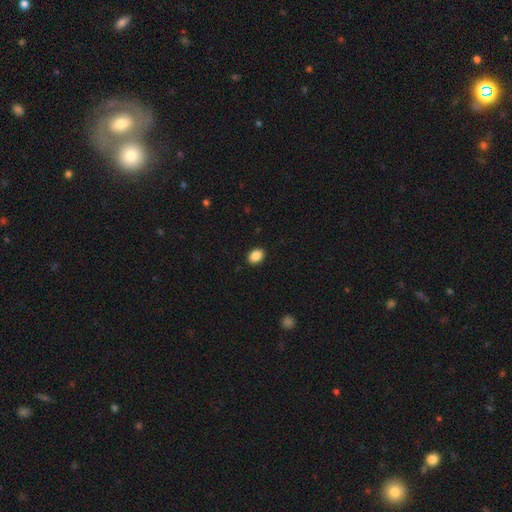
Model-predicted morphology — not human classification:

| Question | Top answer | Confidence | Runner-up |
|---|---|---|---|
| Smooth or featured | smooth | 88% | star or artifact (8%) |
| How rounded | in between | 69% | round (30%) |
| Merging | none | 90% | minor disturbance (7%) |